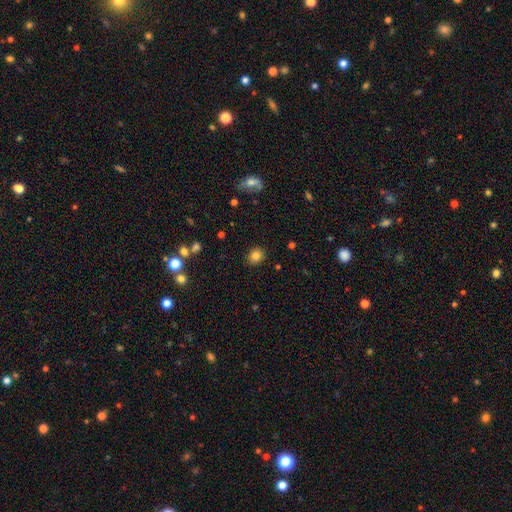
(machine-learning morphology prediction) Q: Smooth or featured?
A: smooth (83%); runner-up: star or artifact (11%)
Q: How rounded?
A: round (64%); runner-up: in between (35%)
Q: Merging?
A: none (89%); runner-up: minor disturbance (7%)